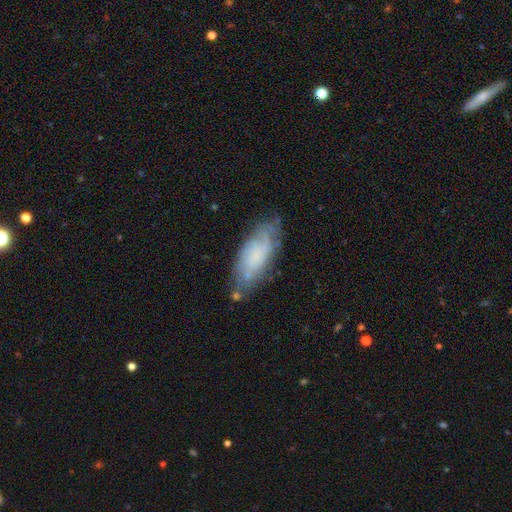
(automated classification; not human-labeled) Q: Smooth or featured?
A: smooth (47%); runner-up: featured or disk (45%)
Q: Merging?
A: none (64%); runner-up: minor disturbance (25%)